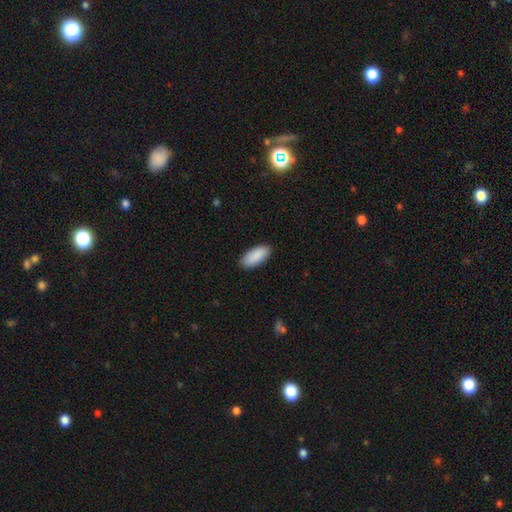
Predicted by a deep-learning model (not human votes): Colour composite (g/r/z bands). It shows a smooth galaxy with no disk features (91%) that is in between round and cigar-shaped (89%). Merging: none (89%).